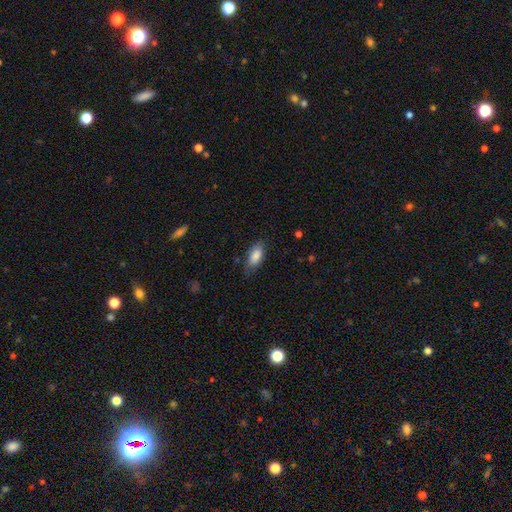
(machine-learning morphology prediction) Q: Smooth or featured?
A: smooth (85%); runner-up: featured or disk (9%)
Q: How rounded?
A: in between (86%); runner-up: cigar-shaped (12%)
Q: Merging?
A: none (72%); runner-up: minor disturbance (21%)